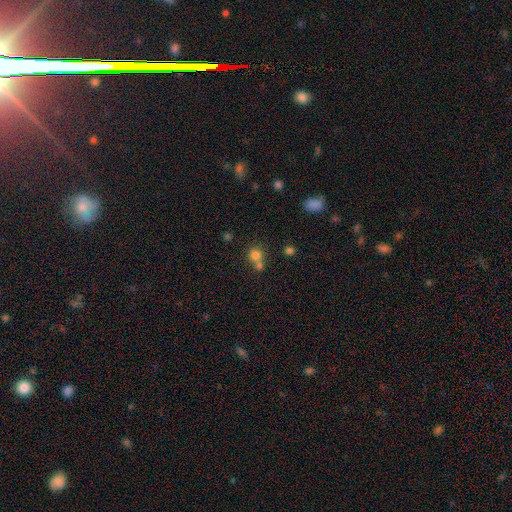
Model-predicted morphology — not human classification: Overall: smooth (76%). How rounded: round (86%). Merging: none (46%; merger 44%).